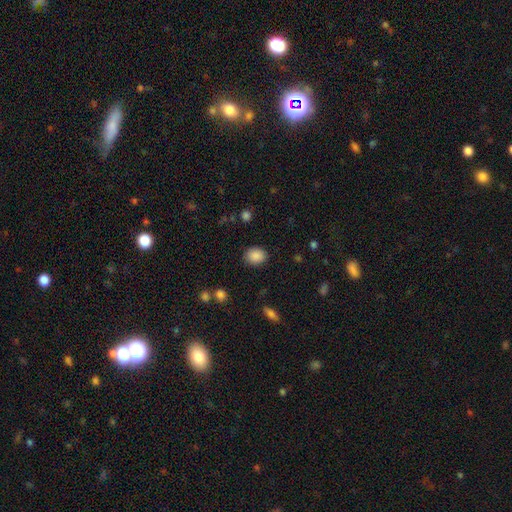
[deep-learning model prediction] Smooth or featured? smooth (88%)
How rounded? in between (52%)
Merging? none (87%)